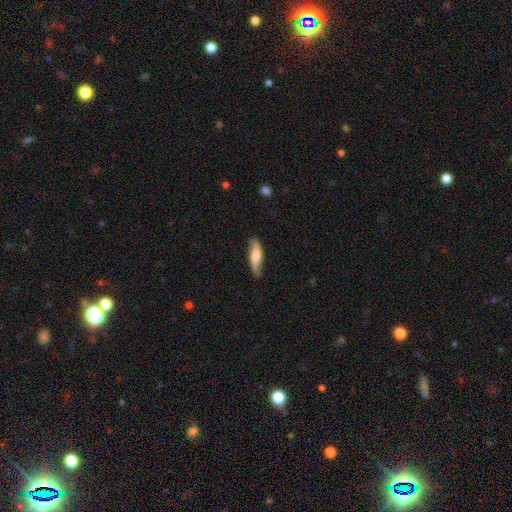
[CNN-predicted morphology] Smooth or featured?
  - smooth: 51% *
  - featured or disk: 43%
  - star or artifact: 6%
How rounded?
  - cigar-shaped: 61% *
  - in between: 36%
  - round: 2%
Merging?
  - none: 76% *
  - minor disturbance: 19%
  - major disturbance: 4%
  - merger: 2%